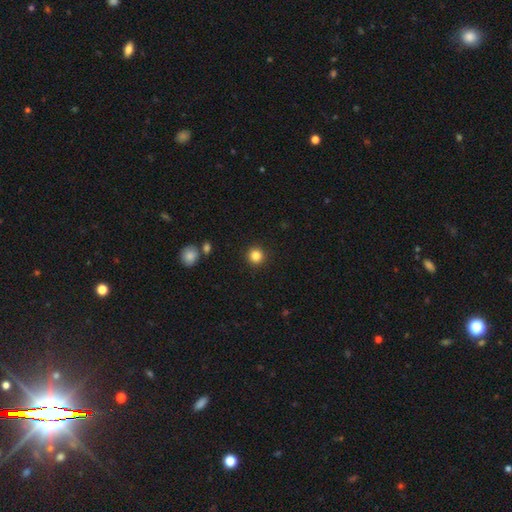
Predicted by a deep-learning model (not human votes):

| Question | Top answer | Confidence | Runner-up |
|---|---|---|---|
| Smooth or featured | smooth | 85% | star or artifact (11%) |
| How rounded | round | 95% | in between (4%) |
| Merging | none | 92% | minor disturbance (5%) |